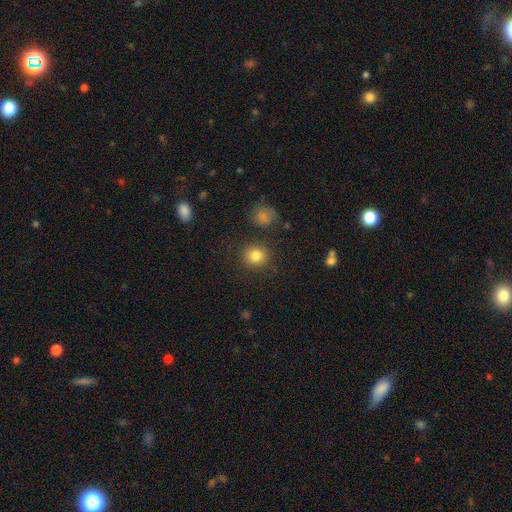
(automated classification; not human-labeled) Smooth or featured? smooth (83%)
How rounded? round (89%)
Merging? none (86%)